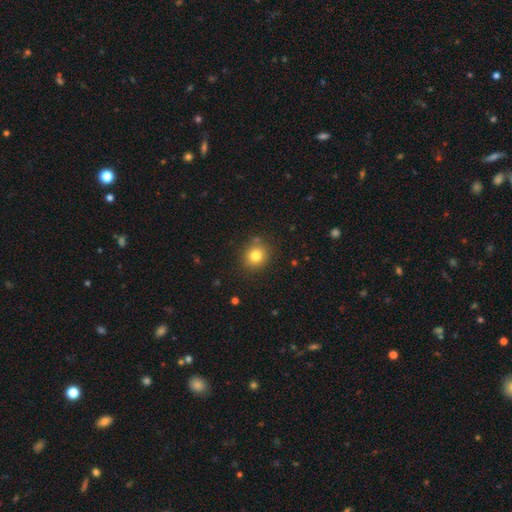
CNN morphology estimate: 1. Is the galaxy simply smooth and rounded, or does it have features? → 81% smooth, 12% star or artifact, 8% featured or disk.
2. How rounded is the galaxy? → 80% round, 19% in between, 1% cigar-shaped.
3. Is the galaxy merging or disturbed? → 84% none, 10% minor disturbance, 3% merger, 3% major disturbance.